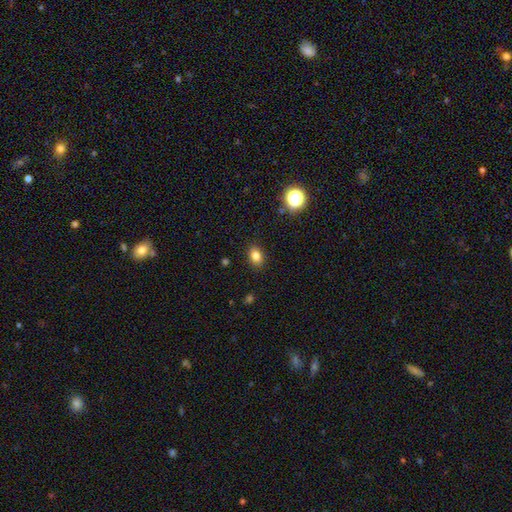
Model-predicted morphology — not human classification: Smooth or featured?
  - smooth: 82% *
  - star or artifact: 12%
  - featured or disk: 6%
How rounded?
  - in between: 70% *
  - round: 28%
  - cigar-shaped: 1%
Merging?
  - none: 88% *
  - minor disturbance: 8%
  - major disturbance: 2%
  - merger: 1%